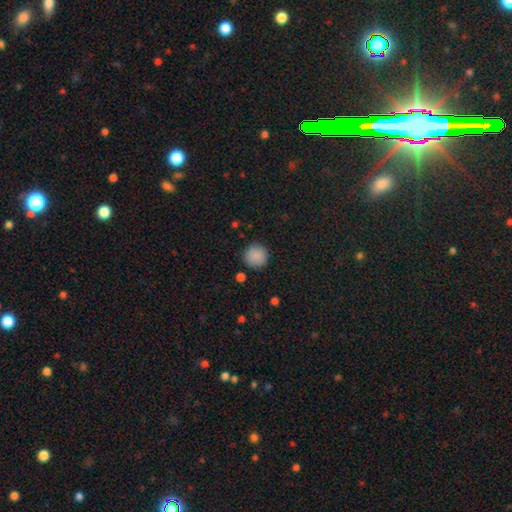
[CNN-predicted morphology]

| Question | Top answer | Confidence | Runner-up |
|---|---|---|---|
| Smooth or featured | smooth | 88% | star or artifact (8%) |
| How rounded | round | 95% | in between (4%) |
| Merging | none | 89% | minor disturbance (7%) |